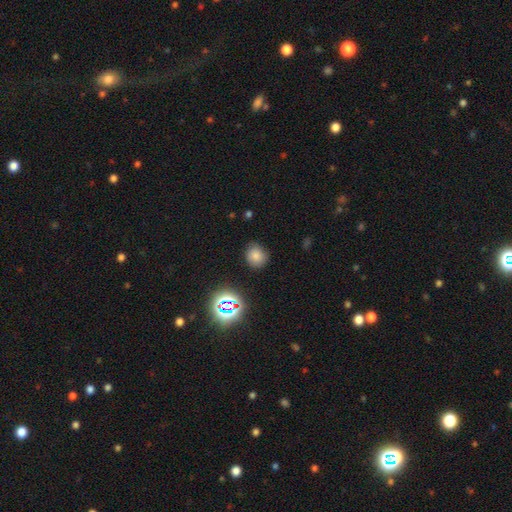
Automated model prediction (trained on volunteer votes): This appears to be a smooth galaxy with no disk features (73%) that is round (73%). Merging: none (79%).